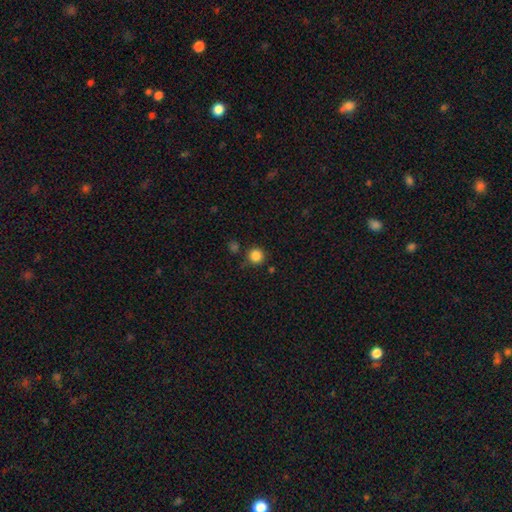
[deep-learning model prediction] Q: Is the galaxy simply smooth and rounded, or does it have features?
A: smooth — 85%.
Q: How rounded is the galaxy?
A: round — 95%.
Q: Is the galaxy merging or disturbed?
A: none — 84%.